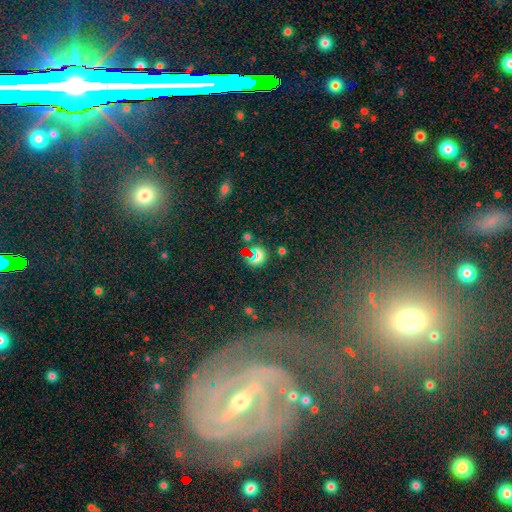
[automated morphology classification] Smooth or featured? Predicted: star or artifact (p=0.65).